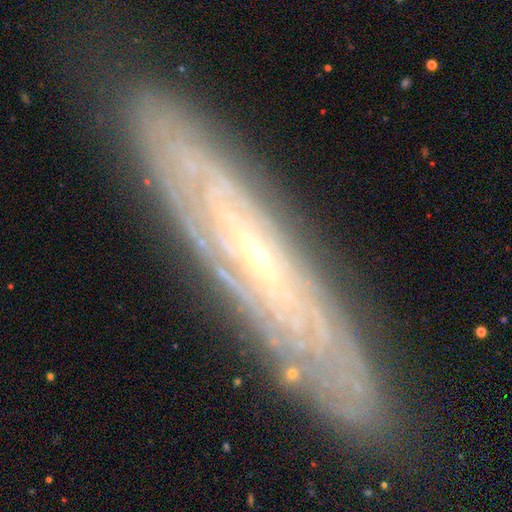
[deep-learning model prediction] Smooth or featured? featured or disk (75%)
Edge-on disk? no (52%)
Merging? none (85%)